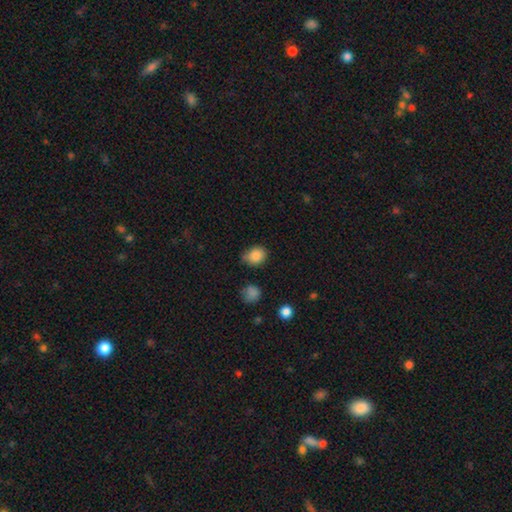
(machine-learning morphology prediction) Smooth or featured?
  - smooth: 86% *
  - star or artifact: 10%
  - featured or disk: 4%
How rounded?
  - round: 62% *
  - in between: 37%
  - cigar-shaped: 1%
Merging?
  - none: 68% *
  - minor disturbance: 24%
  - major disturbance: 4%
  - merger: 4%